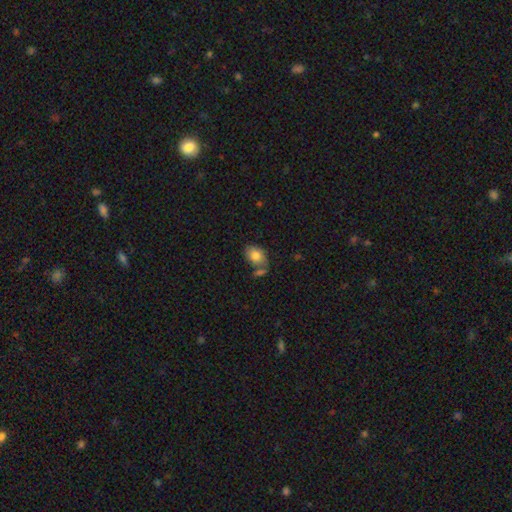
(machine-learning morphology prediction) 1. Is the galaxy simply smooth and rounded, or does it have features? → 79% smooth, 13% featured or disk, 8% star or artifact.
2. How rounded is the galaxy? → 76% in between, 23% round, 1% cigar-shaped.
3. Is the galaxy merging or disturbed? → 47% none, 25% merger, 20% minor disturbance, 8% major disturbance.